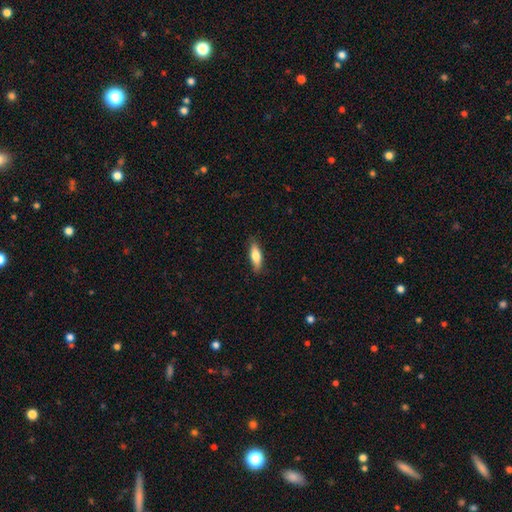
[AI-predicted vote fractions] This appears to be a smooth galaxy with no disk features (72%) that is in between round and cigar-shaped (51%). Merging: none (85%).